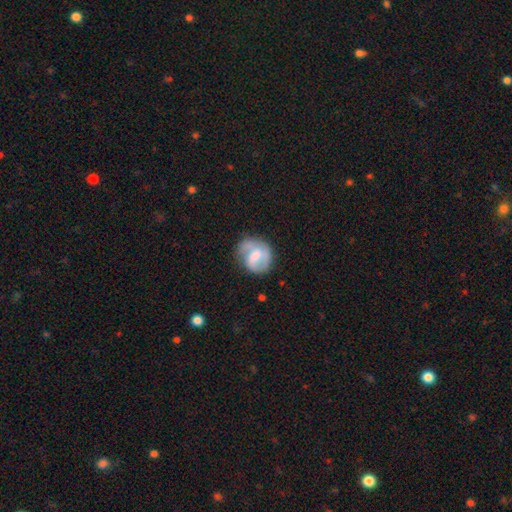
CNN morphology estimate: smooth-or-featured: featured or disk: 54% | smooth: 39% | star or artifact: 6%
  disk-edge-on: no: 97% | yes: 3%
    bar: weak: 49% | no: 31% | strong: 20%
    has-spiral-arms: yes: 73% | no: 27%
    bulge-size: moderate: 41% | small: 25% | none: 19% | large: 13% | dominant: 2%
  merging: none: 53% | minor disturbance: 27% | major disturbance: 17% | merger: 3%